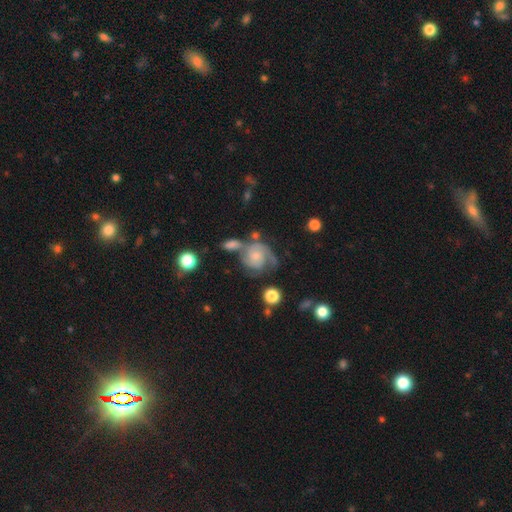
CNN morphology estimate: The model was most divided on "spiral winding": tight: 44%, medium: 40%, loose: 15%. Remaining: edge-on disk — no (98%); spiral arms — yes (95%); smooth or featured — featured or disk (78%); bar — no (73%); spiral arm count — 2 (58%); bulge size — small (55%); merging — none (39%).